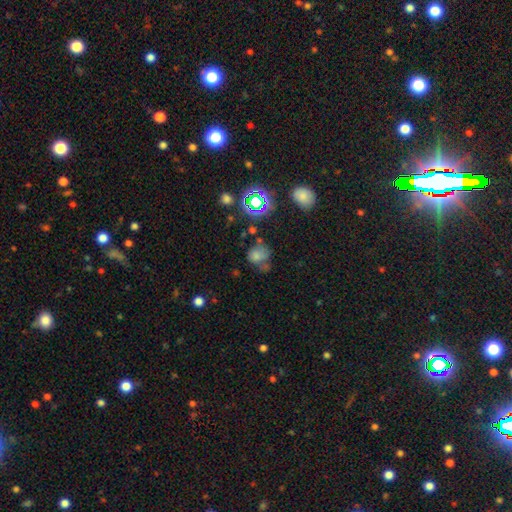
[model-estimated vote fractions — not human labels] The model was most divided on "merging": none: 44%, minor disturbance: 25%, major disturbance: 16%, merger: 14%. More confident: how rounded — round (64%); smooth or featured — smooth (61%).